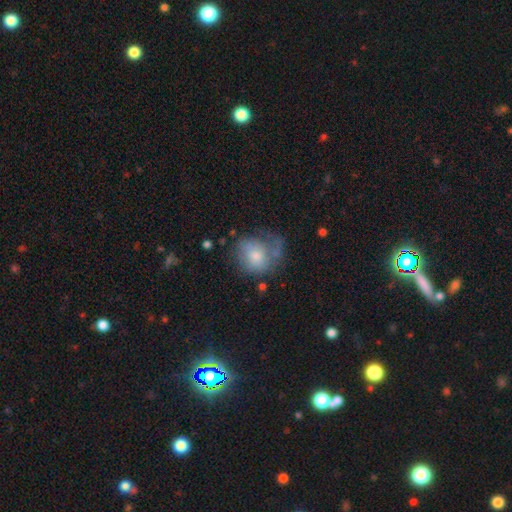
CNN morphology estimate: smooth 60%, featured or disk 29%, star or artifact 11%. Down the decision tree: how rounded — round (67%); merging — none (42%).